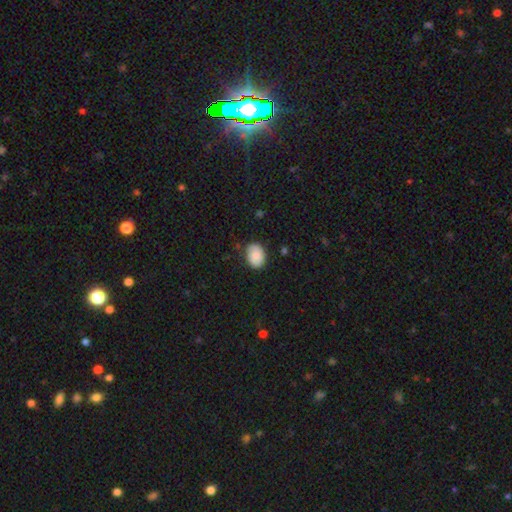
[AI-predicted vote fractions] This appears to be a smooth galaxy with no disk features (75%) that is in between round and cigar-shaped (69%). Merging: none (73%).